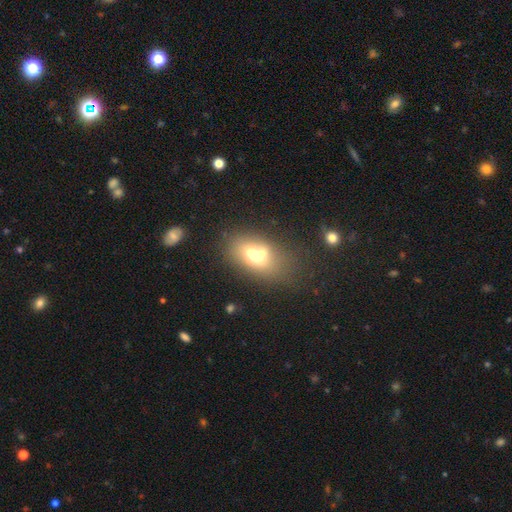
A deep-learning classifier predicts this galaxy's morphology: A smooth galaxy with no disk features (52%) that is in between round and cigar-shaped (74%).

Vote fractions:
- Smooth or featured? smooth: 52% / featured or disk: 34% / star or artifact: 14%
- How rounded? in between: 74% / round: 20% / cigar-shaped: 6%
- Merging? merger: 47% / none: 35% / minor disturbance: 11% / major disturbance: 7%